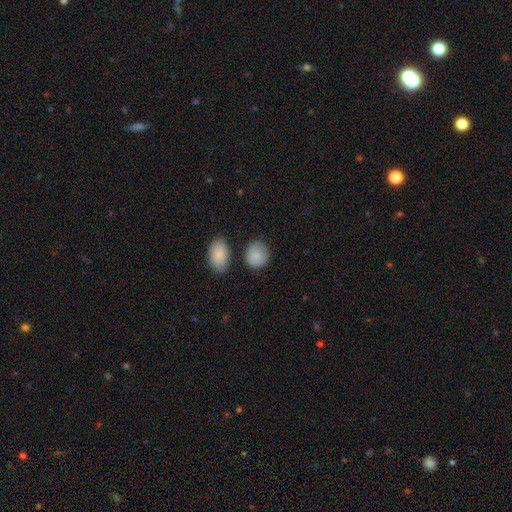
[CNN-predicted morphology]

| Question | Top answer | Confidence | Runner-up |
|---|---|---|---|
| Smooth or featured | smooth | 87% | star or artifact (7%) |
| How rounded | round | 74% | in between (25%) |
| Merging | none | 76% | minor disturbance (14%) |